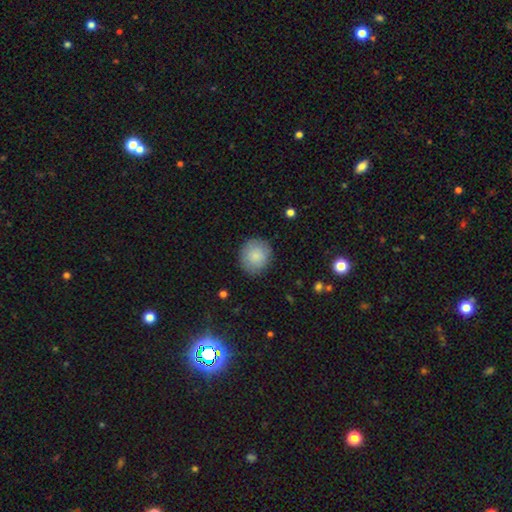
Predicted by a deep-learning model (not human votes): Smooth or featured: smooth — 85% (featured or disk — 8%)
How rounded: round — 82% (in between — 17%)
Merging: none — 85% (minor disturbance — 11%)